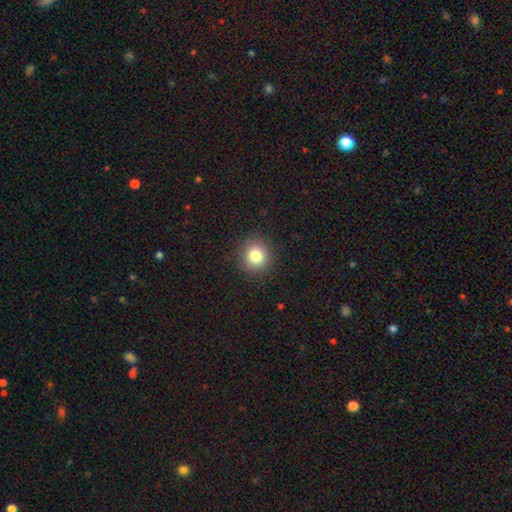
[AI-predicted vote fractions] Morphology: type=smooth (82%); roundness=round (89%); merging=none (90%).